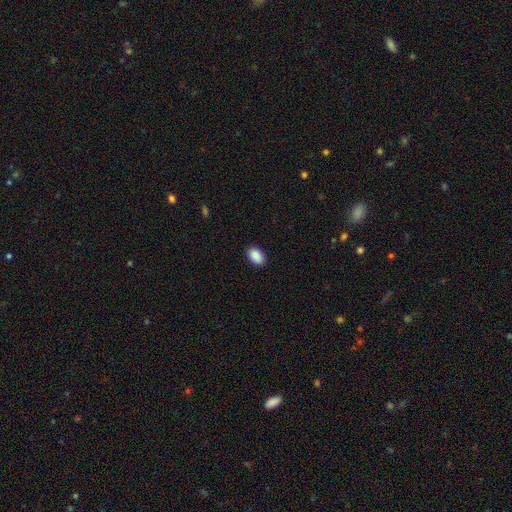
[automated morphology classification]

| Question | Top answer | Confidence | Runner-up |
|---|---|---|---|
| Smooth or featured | smooth | 90% | star or artifact (7%) |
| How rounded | in between | 90% | round (8%) |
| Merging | none | 88% | minor disturbance (9%) |